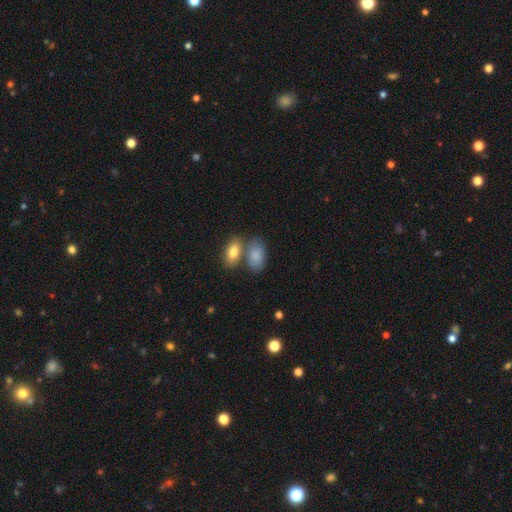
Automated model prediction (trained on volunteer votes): This is clearly a smooth galaxy (83%). How rounded: clearly in between (91%). Merging: possibly none (46%).